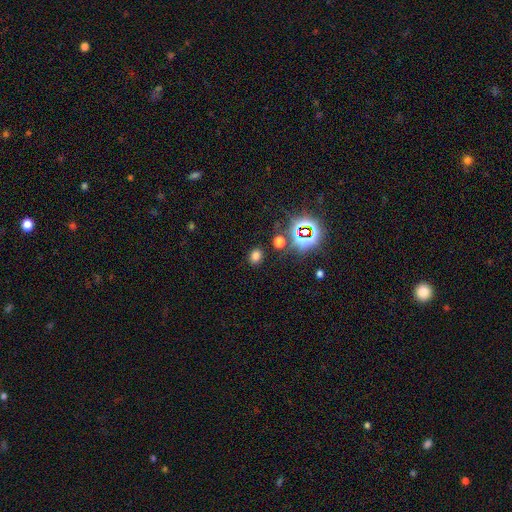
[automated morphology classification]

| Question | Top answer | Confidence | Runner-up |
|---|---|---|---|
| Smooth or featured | smooth | 67% | star or artifact (27%) |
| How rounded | in between | 53% | round (46%) |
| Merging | none | 85% | minor disturbance (8%) |